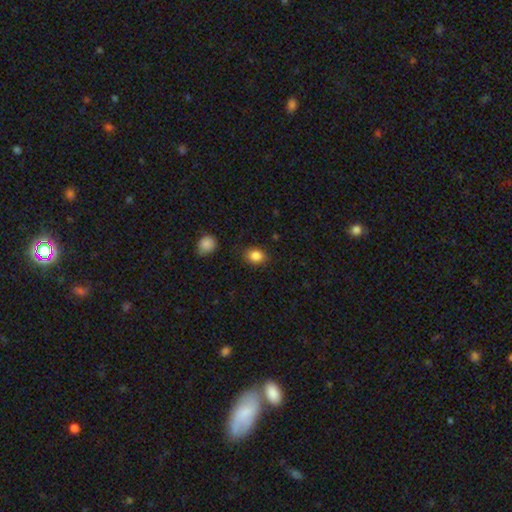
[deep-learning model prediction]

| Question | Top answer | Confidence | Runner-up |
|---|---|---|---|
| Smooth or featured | smooth | 86% | star or artifact (10%) |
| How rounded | in between | 50% | round (49%) |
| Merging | none | 83% | minor disturbance (12%) |